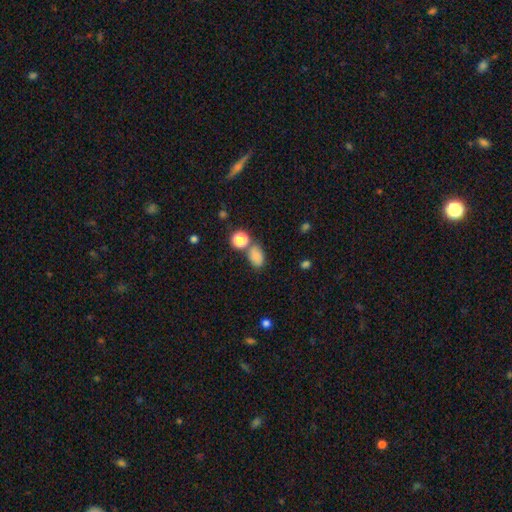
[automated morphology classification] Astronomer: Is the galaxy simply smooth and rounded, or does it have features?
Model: smooth — 82%.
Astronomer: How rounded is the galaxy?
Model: in between — 82%.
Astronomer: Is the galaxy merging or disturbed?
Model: none — 63%.